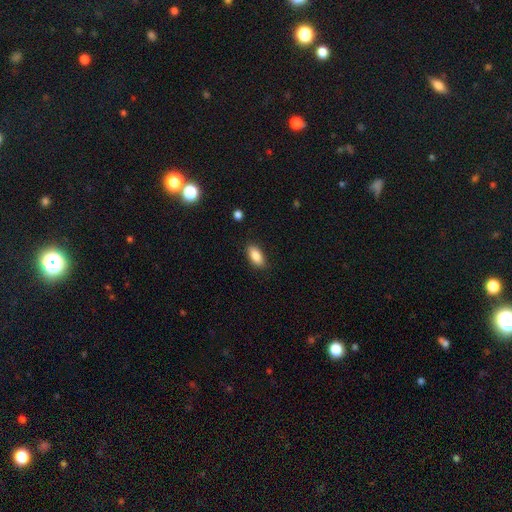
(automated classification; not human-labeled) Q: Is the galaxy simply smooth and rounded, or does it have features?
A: smooth — 86%.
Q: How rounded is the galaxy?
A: in between — 89%.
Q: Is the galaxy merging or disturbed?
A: none — 86%.